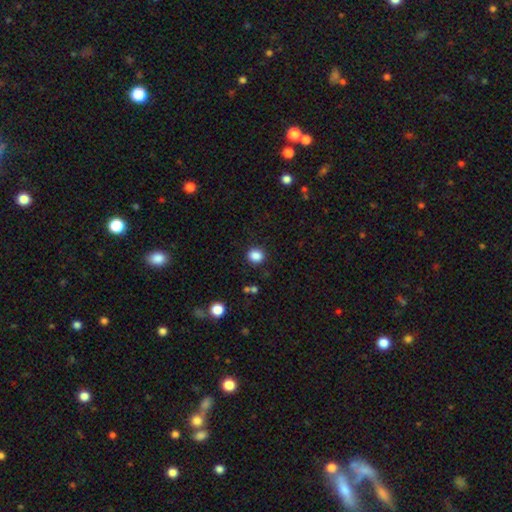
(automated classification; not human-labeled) A smooth galaxy with no disk features (86%) that is round (80%).

Vote fractions:
- Smooth or featured? smooth: 86% / star or artifact: 11% / featured or disk: 3%
- How rounded? round: 80% / in between: 19% / cigar-shaped: 1%
- Merging? none: 89% / minor disturbance: 7% / major disturbance: 3% / merger: 2%